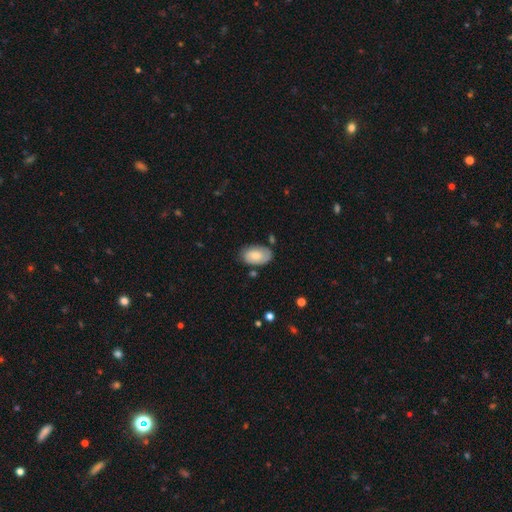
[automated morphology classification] smooth-or-featured: smooth: 70% | featured or disk: 23% | star or artifact: 7%
  how-rounded: in between: 93% | round: 6% | cigar-shaped: 1%
  merging: none: 71% | minor disturbance: 20% | major disturbance: 5% | merger: 4%